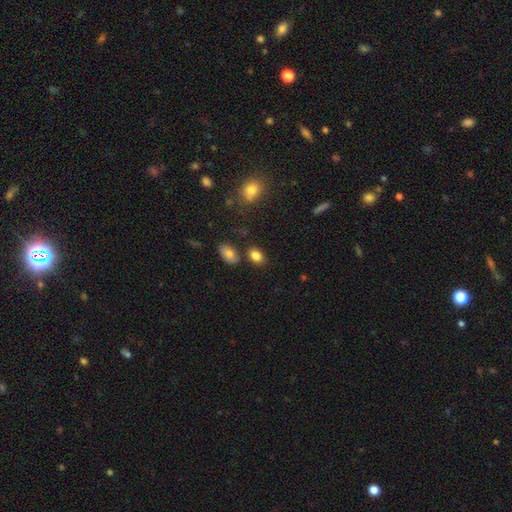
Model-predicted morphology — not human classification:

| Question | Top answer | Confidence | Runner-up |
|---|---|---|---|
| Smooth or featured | smooth | 83% | star or artifact (9%) |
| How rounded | in between | 78% | round (20%) |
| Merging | none | 75% | minor disturbance (12%) |